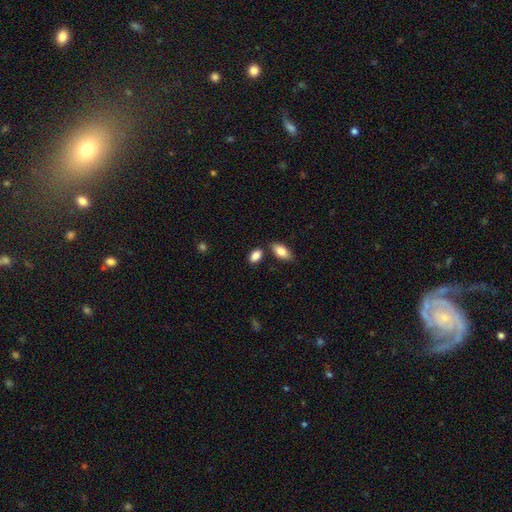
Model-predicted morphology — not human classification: Overall: smooth (86%). How rounded: in between (90%). Merging: none (75%).